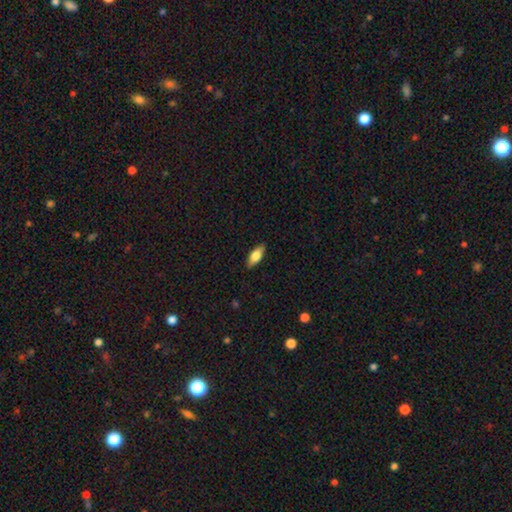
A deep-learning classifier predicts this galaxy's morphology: Overall: smooth (72%). How rounded: in between (78%). Merging: none (88%).